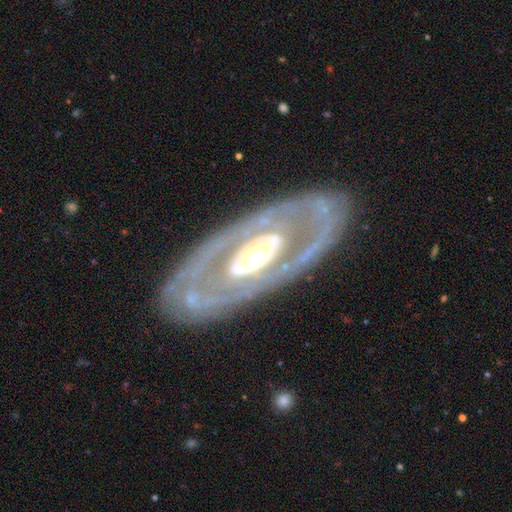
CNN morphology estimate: Smooth or featured? featured or disk (83%)
Edge-on disk? no (88%)
Bar? no (72%)
Spiral arms? no (54%)
Bulge size? moderate (67%)
Merging? none (82%)